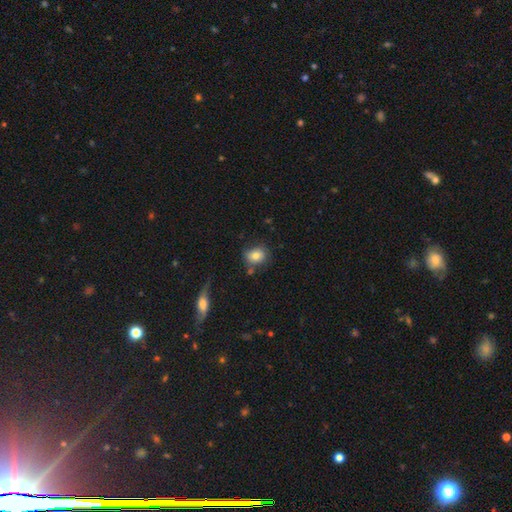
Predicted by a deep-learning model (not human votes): A smooth galaxy with no disk features (79%) that is round (52%). Merging: none (70%).